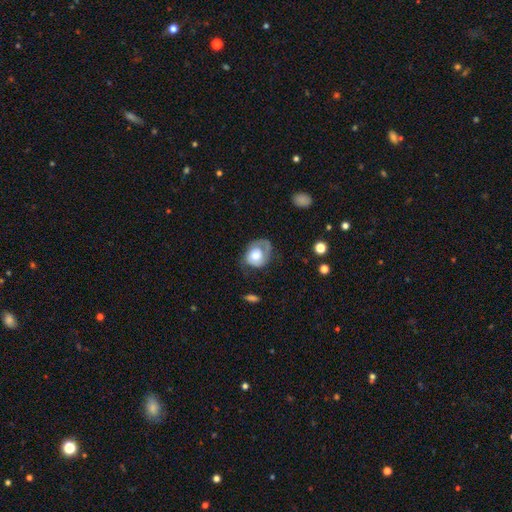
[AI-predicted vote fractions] smooth-or-featured: smooth: 47% | featured or disk: 46% | star or artifact: 7%
  merging: none: 37% | major disturbance: 31% | minor disturbance: 29% | merger: 3%